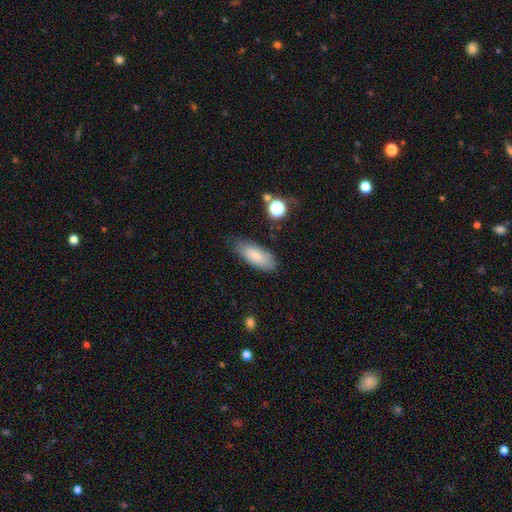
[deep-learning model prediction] Smooth or featured: smooth — 80% (featured or disk — 13%)
How rounded: in between — 76% (cigar-shaped — 22%)
Merging: none — 76% (minor disturbance — 18%)